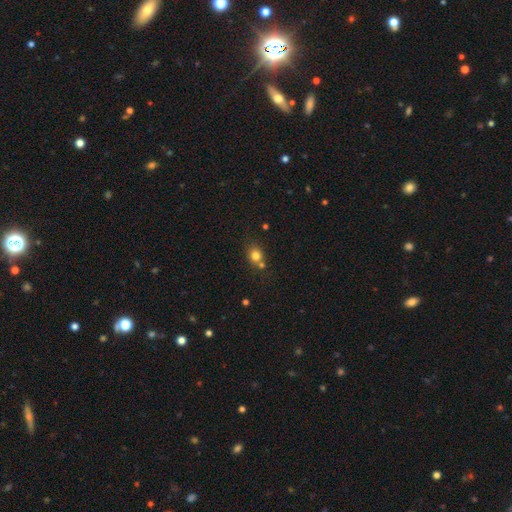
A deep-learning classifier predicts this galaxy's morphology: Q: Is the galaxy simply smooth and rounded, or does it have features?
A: smooth — 78%.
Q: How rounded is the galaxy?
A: round — 71%.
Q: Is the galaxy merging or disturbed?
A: none — 57%.